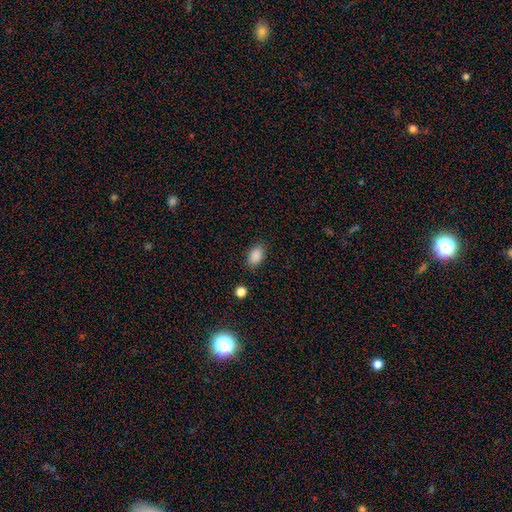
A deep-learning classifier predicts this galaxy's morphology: smooth-or-featured: smooth: 88% | star or artifact: 9% | featured or disk: 3%
  how-rounded: in between: 87% | round: 11% | cigar-shaped: 2%
  merging: none: 84% | minor disturbance: 11% | major disturbance: 3% | merger: 2%